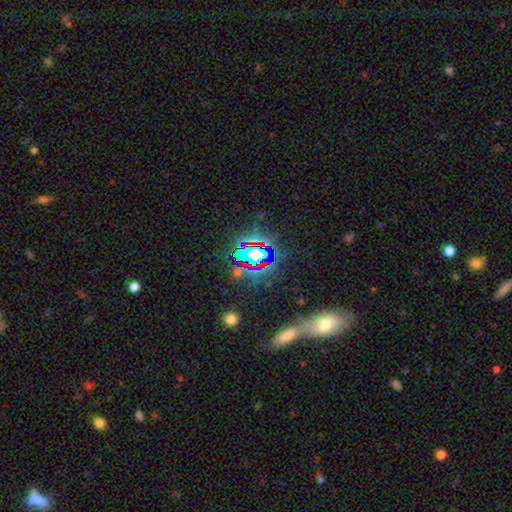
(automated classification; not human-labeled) This appears to be a star or artifact, not a galaxy (74%).